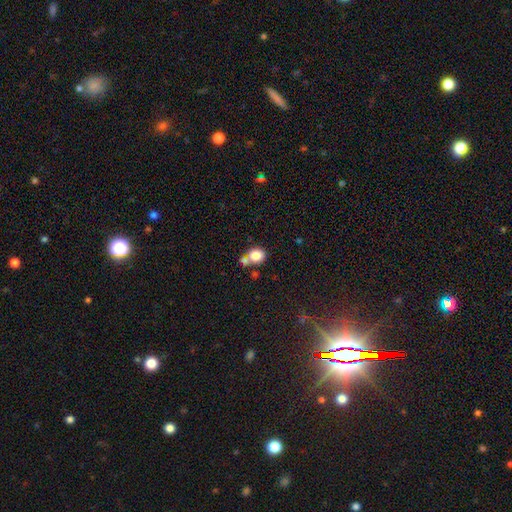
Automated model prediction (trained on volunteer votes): smooth 84%, star or artifact 10%, featured or disk 6%. Down the decision tree: how rounded — round (70%); merging — none (49%).